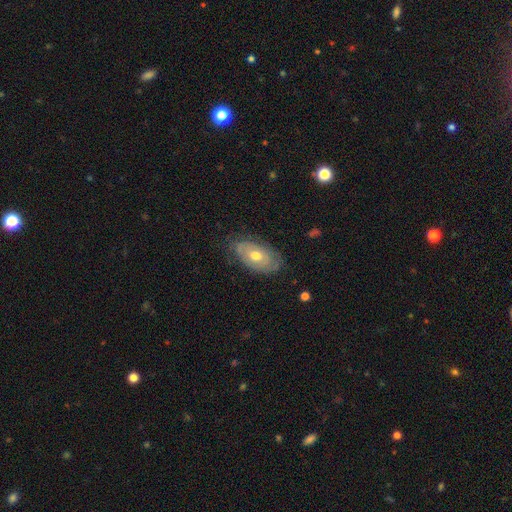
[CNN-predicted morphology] featured or disk 56%, smooth 38%, star or artifact 6%. Down the decision tree: edge-on disk — no (90%); bar — no (82%); spiral arms — yes (51%); bulge size — moderate (75%); merging — none (71%).